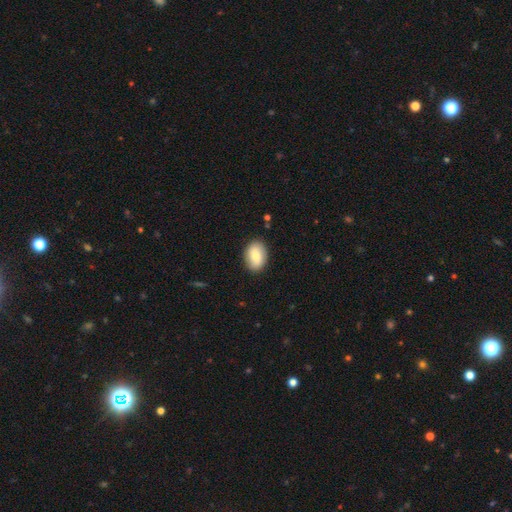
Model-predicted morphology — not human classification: Q: Smooth or featured?
A: smooth (76%); runner-up: featured or disk (17%)
Q: How rounded?
A: in between (83%); runner-up: round (16%)
Q: Merging?
A: none (86%); runner-up: minor disturbance (10%)